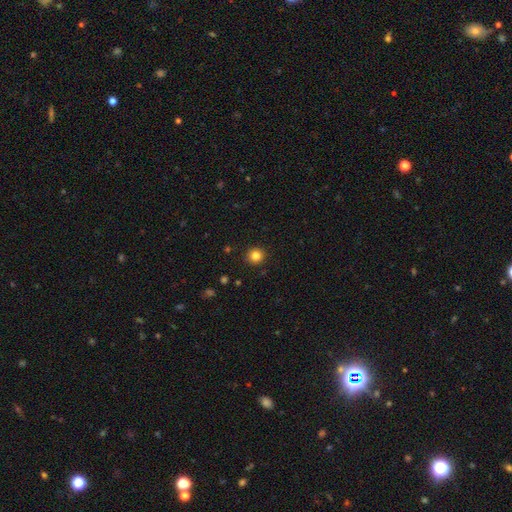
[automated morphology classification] A smooth galaxy with no disk features (83%) that is round (92%). Merging: none (91%).